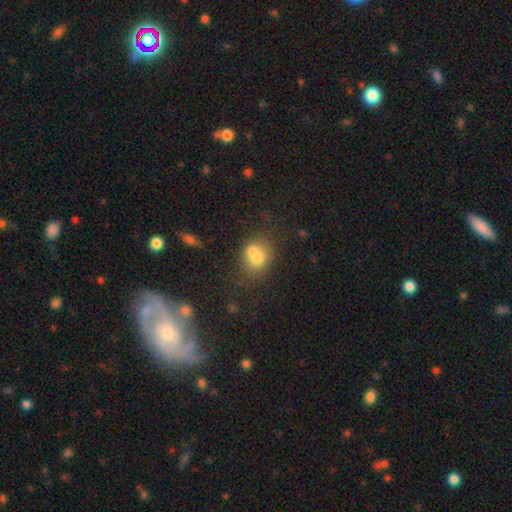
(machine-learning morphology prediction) Smooth or featured: smooth — 67% (featured or disk — 20%)
How rounded: round — 55% (in between — 44%)
Merging: merger — 44% (none — 36%)